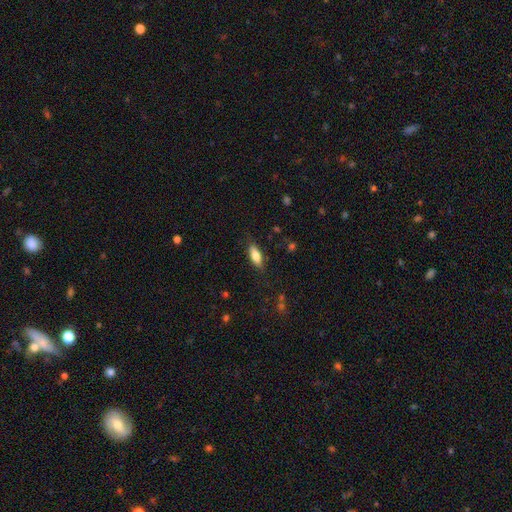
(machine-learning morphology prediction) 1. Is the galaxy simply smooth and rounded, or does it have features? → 75% smooth, 19% featured or disk, 7% star or artifact.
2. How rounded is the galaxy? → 71% in between, 26% cigar-shaped, 2% round.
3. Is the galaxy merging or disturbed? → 82% none, 14% minor disturbance, 3% major disturbance, 1% merger.